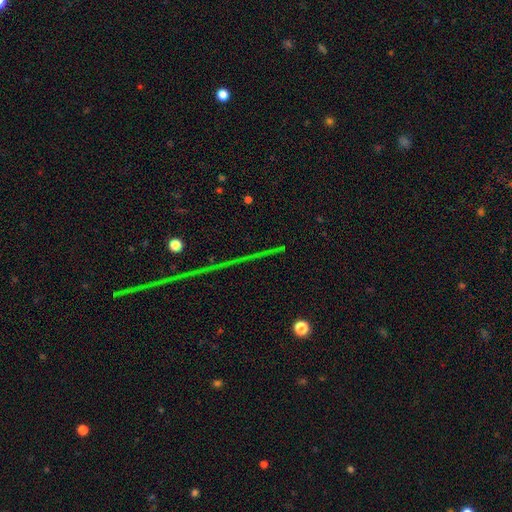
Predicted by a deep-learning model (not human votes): Smooth or featured? star or artifact (78%)